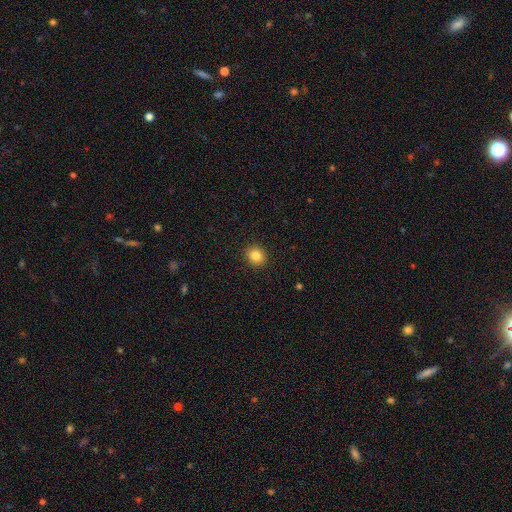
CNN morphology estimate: smooth-or-featured: smooth: 84% | star or artifact: 11% | featured or disk: 5%
  how-rounded: round: 83% | in between: 16% | cigar-shaped: 1%
  merging: none: 92% | minor disturbance: 6% | major disturbance: 2% | merger: 1%